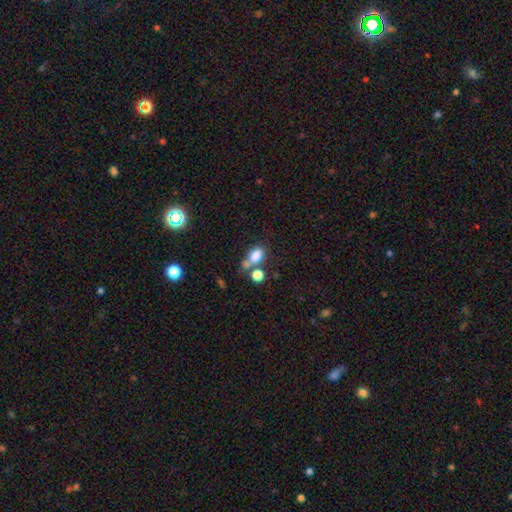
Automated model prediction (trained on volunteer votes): A smooth galaxy with no disk features (79%) that is in between round and cigar-shaped (80%).

Vote fractions:
- Smooth or featured? smooth: 79% / star or artifact: 11% / featured or disk: 10%
- How rounded? in between: 80% / round: 17% / cigar-shaped: 3%
- Merging? none: 42% / merger: 36% / minor disturbance: 14% / major disturbance: 8%